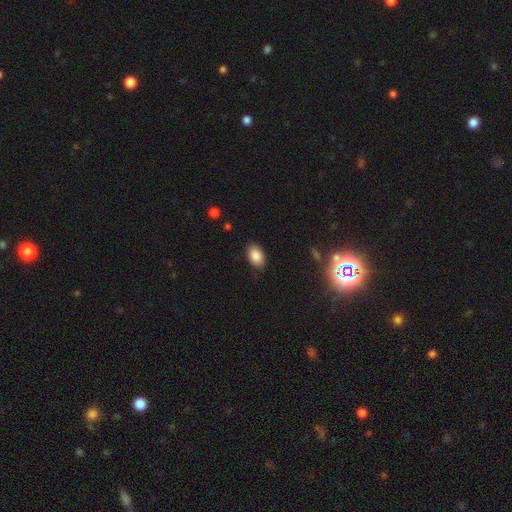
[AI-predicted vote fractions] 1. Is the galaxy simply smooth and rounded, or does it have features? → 86% smooth, 8% star or artifact, 6% featured or disk.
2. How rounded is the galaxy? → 91% in between, 8% round, 1% cigar-shaped.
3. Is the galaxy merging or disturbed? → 84% none, 12% minor disturbance, 3% major disturbance, 1% merger.